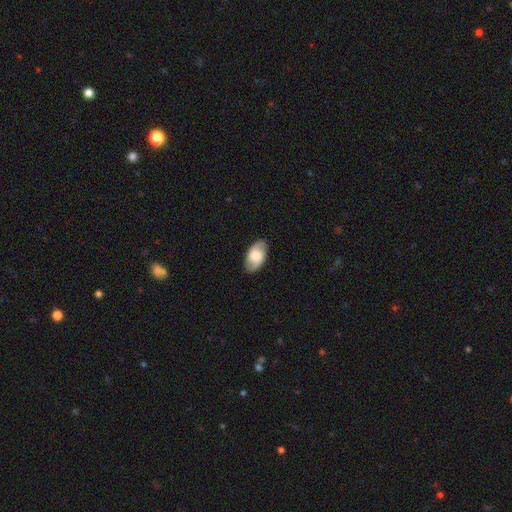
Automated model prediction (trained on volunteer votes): smooth_or_featured: smooth (p=0.49) [alt: featured or disk p=0.45]
merging: none (p=0.86) [alt: minor disturbance p=0.11]